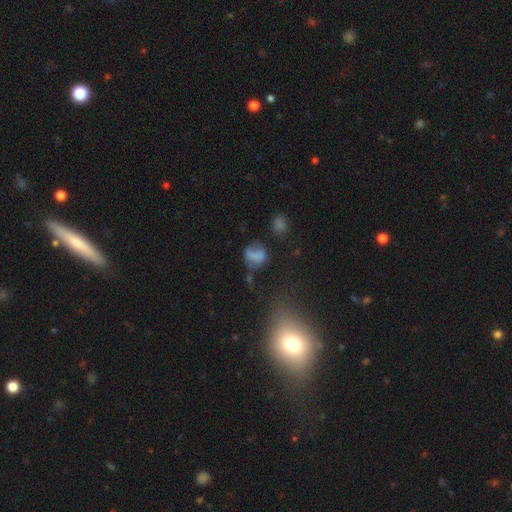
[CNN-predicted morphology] type=smooth (62%); roundness=round (52%); merging=none (40%).